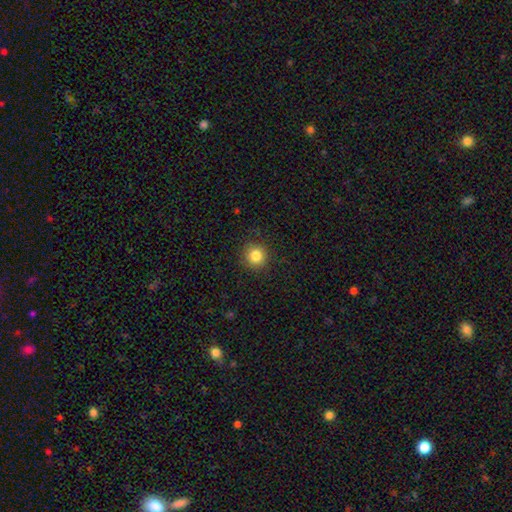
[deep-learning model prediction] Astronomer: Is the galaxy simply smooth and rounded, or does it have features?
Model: smooth — 83%.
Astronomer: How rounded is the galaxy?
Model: round — 92%.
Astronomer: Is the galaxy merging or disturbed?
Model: none — 90%.